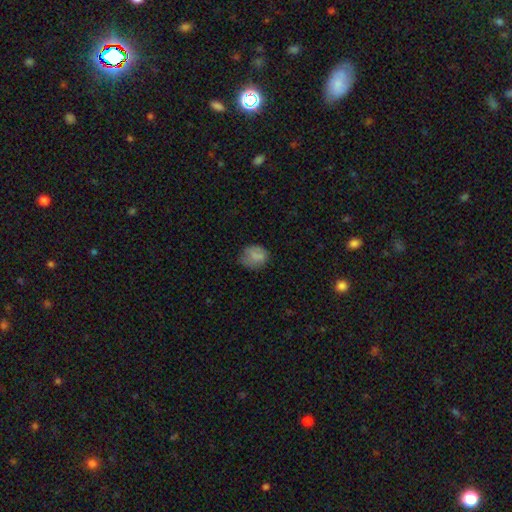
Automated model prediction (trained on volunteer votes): smooth_or_featured: smooth (p=0.78) [alt: featured or disk p=0.12]
how_rounded: round (p=0.56) [alt: in between p=0.43]
merging: none (p=0.62) [alt: minor disturbance p=0.28]